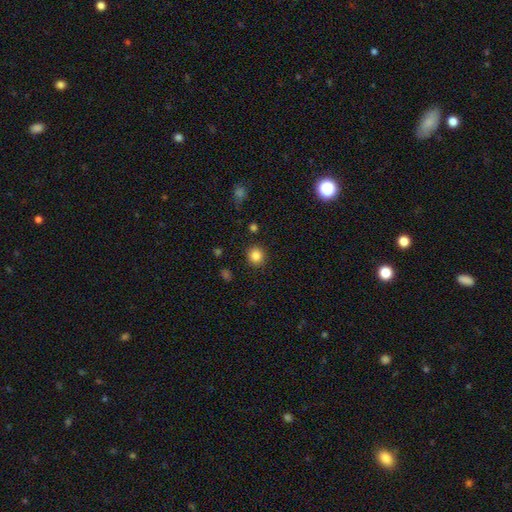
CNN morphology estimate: This is clearly a smooth galaxy (85%). How rounded: clearly round (89%). Merging: clearly none (89%).